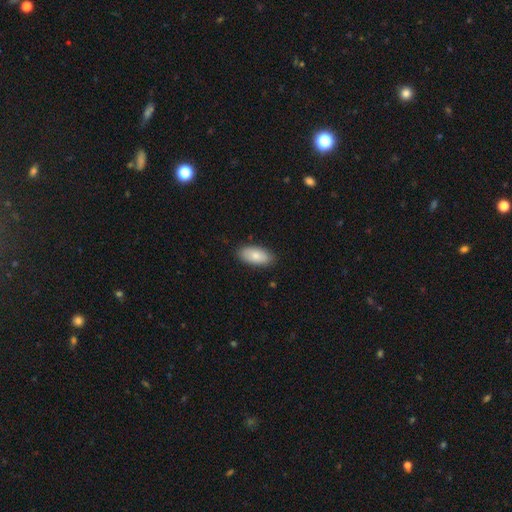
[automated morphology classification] Q: Smooth or featured?
A: smooth (82%); runner-up: featured or disk (12%)
Q: How rounded?
A: in between (92%); runner-up: cigar-shaped (5%)
Q: Merging?
A: none (86%); runner-up: minor disturbance (11%)